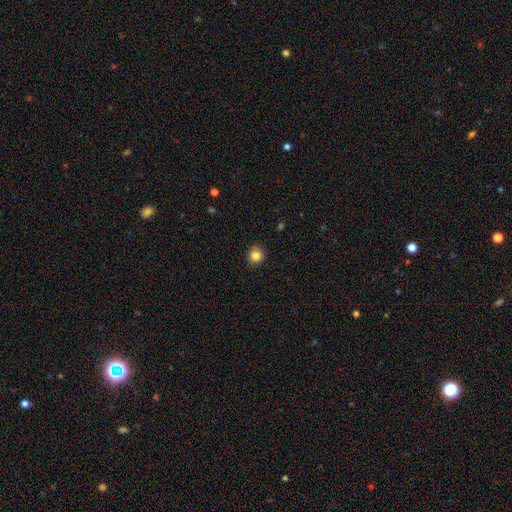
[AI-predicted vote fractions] Q: Smooth or featured?
A: smooth (83%); runner-up: star or artifact (11%)
Q: How rounded?
A: round (90%); runner-up: in between (9%)
Q: Merging?
A: none (86%); runner-up: minor disturbance (10%)